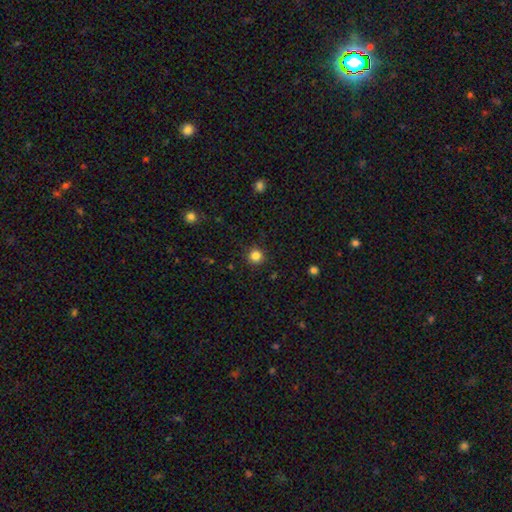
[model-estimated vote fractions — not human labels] smooth 84%, star or artifact 12%, featured or disk 4%. Down the decision tree: how rounded — round (94%); merging — none (90%).